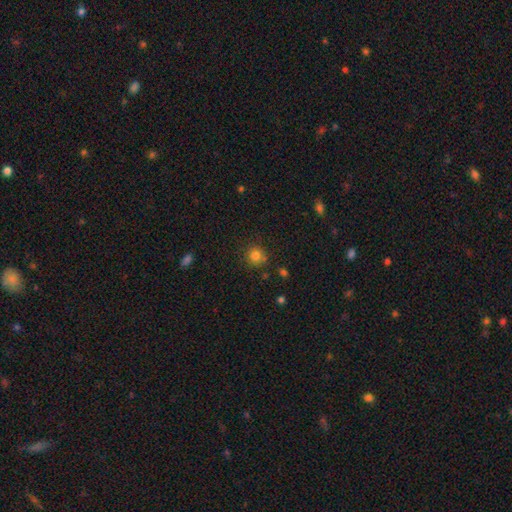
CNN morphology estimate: Overall: smooth (81%). How rounded: round (92%). Merging: none (79%).